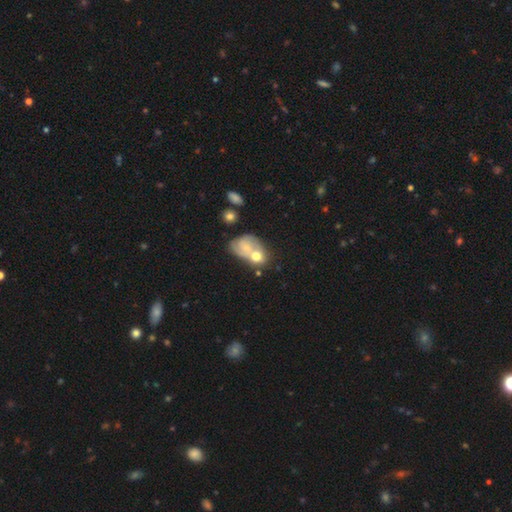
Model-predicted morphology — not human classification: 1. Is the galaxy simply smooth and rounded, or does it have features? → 53% smooth, 38% featured or disk, 9% star or artifact.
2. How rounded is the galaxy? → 50% in between, 48% round, 2% cigar-shaped.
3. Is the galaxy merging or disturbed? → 62% merger, 21% none, 10% minor disturbance, 7% major disturbance.